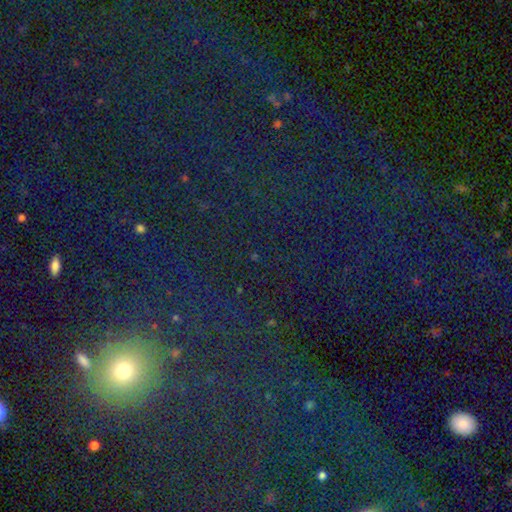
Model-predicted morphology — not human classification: Overall: star or artifact (66%).